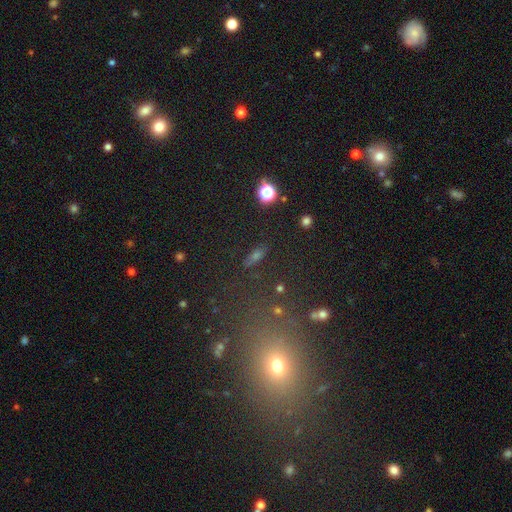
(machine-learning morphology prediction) A smooth galaxy with no disk features (55%) that is in between round and cigar-shaped (52%). Merging: none (81%).